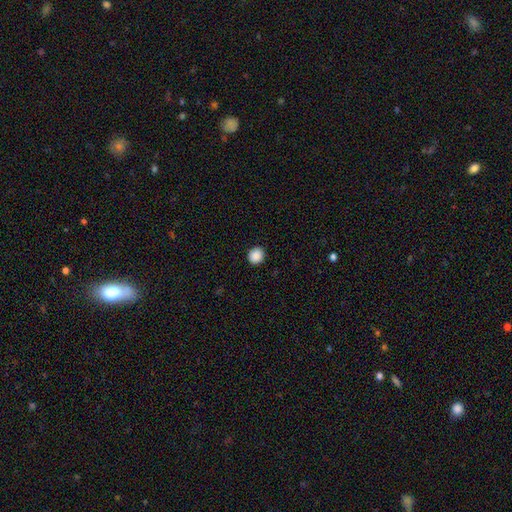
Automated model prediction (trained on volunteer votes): Overall: smooth (89%). How rounded: round (79%). Merging: none (91%).